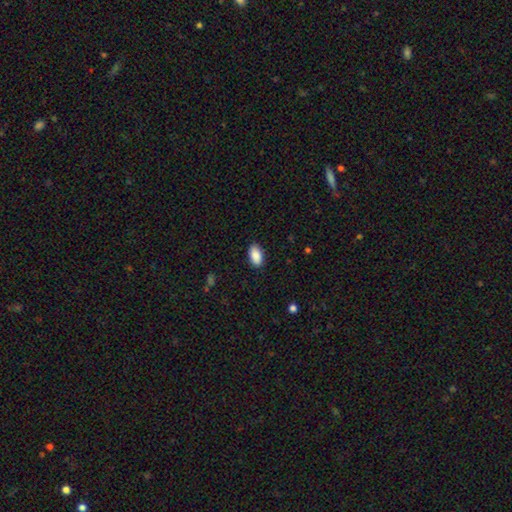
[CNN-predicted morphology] smooth 89%, star or artifact 7%, featured or disk 5%. Down the decision tree: how rounded — in between (94%); merging — none (87%).